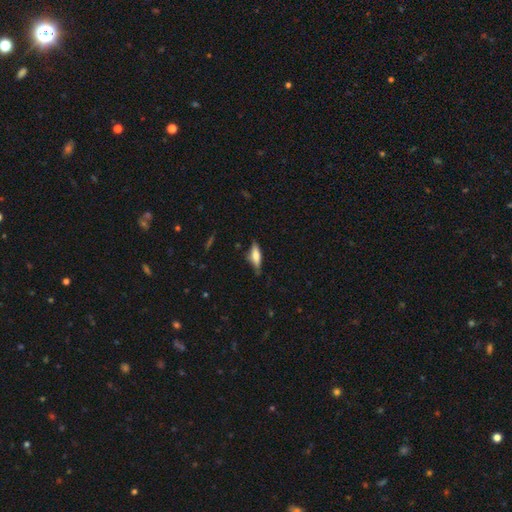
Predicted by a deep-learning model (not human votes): smooth_or_featured: smooth (p=0.57) [alt: featured or disk p=0.36]
how_rounded: cigar-shaped (p=0.53) [alt: in between p=0.45]
merging: none (p=0.73) [alt: minor disturbance p=0.21]